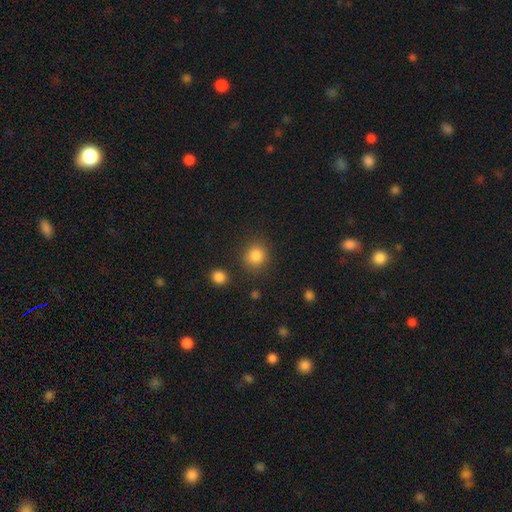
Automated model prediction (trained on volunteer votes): smooth_or_featured: smooth (p=0.85) [alt: star or artifact p=0.11]
how_rounded: round (p=0.81) [alt: in between p=0.18]
merging: none (p=0.82) [alt: minor disturbance p=0.10]